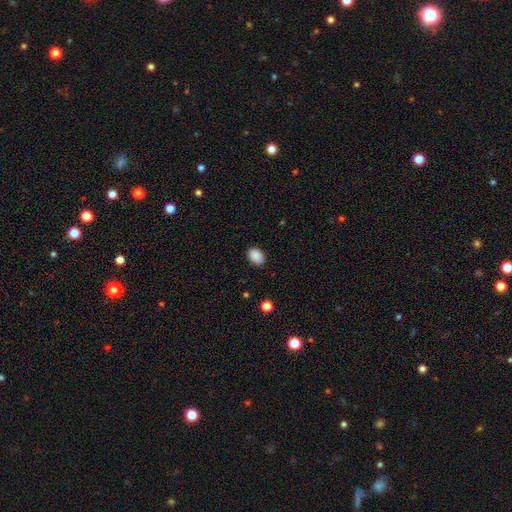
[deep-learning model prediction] This is clearly a smooth galaxy (89%). How rounded: likely in between (73%). Merging: clearly none (88%).